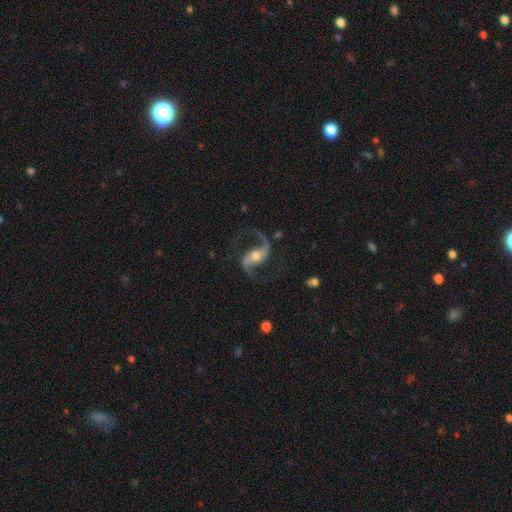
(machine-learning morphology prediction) This is clearly a featured or disk galaxy (91%). It is clearly not viewed edge-on (97%). Bar: marginally weak (35%, tied with strong). Spiral arm pattern: clearly yes (98%). Spiral arm count: clearly 2 (94%). Spiral winding: likely loose (66%). Central bulge: likely moderate (65%). Merging: likely none (79%).